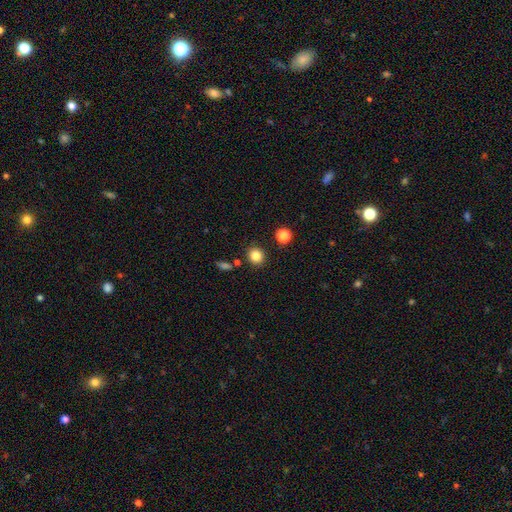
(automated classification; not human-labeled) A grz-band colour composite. It shows a smooth galaxy with no disk features (84%) that is round (86%). Merging: none (87%).